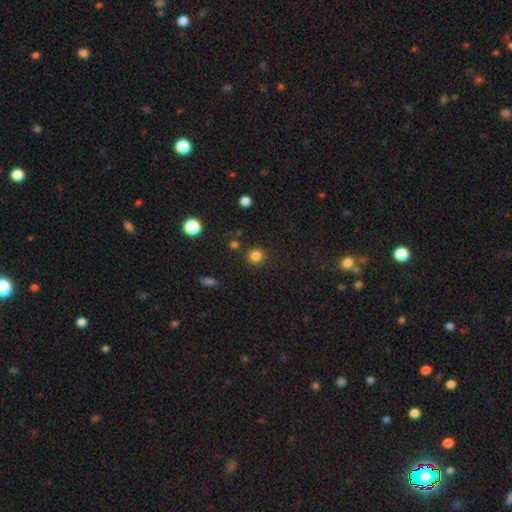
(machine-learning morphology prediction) smooth-or-featured: smooth: 82% | star or artifact: 14% | featured or disk: 4%
  how-rounded: round: 92% | in between: 7% | cigar-shaped: 1%
  merging: none: 87% | minor disturbance: 7% | merger: 3% | major disturbance: 3%